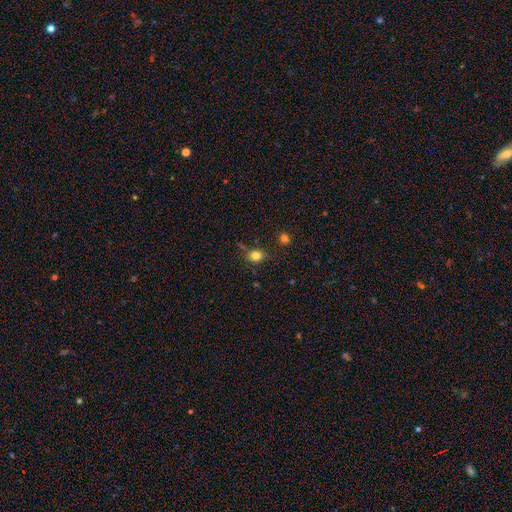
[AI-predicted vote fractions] This is likely a smooth galaxy (79%). How rounded: likely round (66%). Merging: likely none (73%).